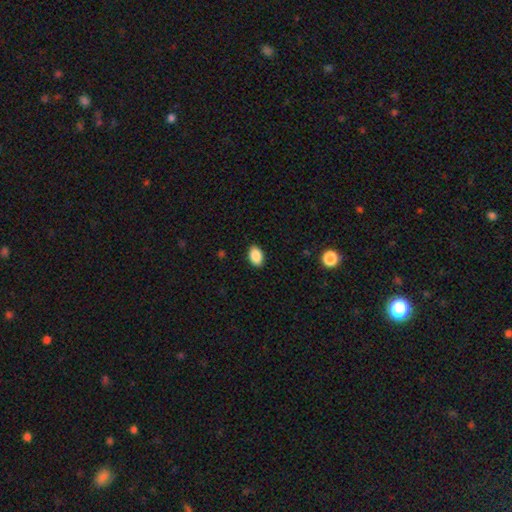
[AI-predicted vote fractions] This appears to be a smooth galaxy with no disk features (88%) that is in between round and cigar-shaped (87%). Merging: none (89%).